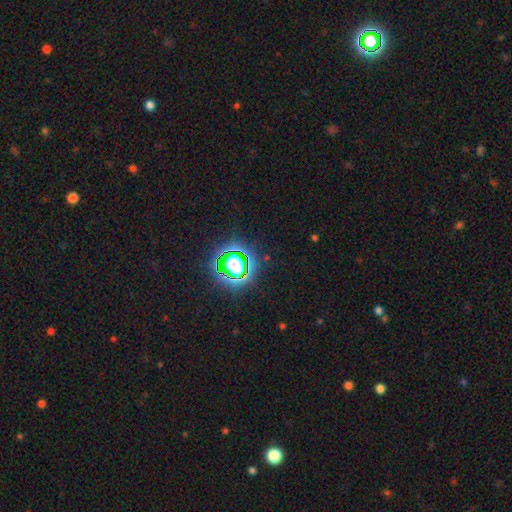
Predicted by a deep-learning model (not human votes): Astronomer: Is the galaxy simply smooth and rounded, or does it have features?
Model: star or artifact — 82%.